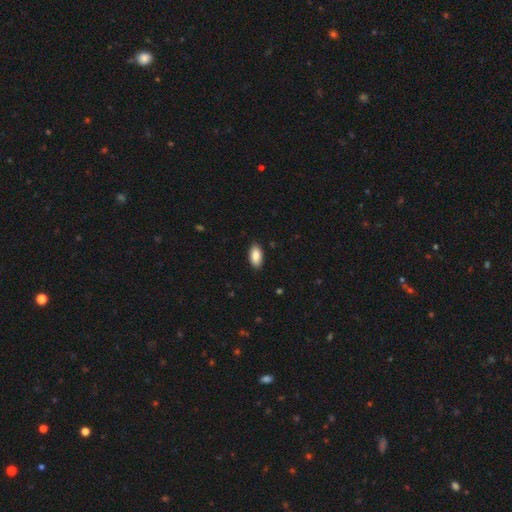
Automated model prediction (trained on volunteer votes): A smooth galaxy with no disk features (88%) that is in between round and cigar-shaped (93%).

Vote fractions:
- Smooth or featured? smooth: 88% / star or artifact: 6% / featured or disk: 6%
- How rounded? in between: 93% / cigar-shaped: 5% / round: 2%
- Merging? none: 87% / minor disturbance: 10% / major disturbance: 2% / merger: 1%